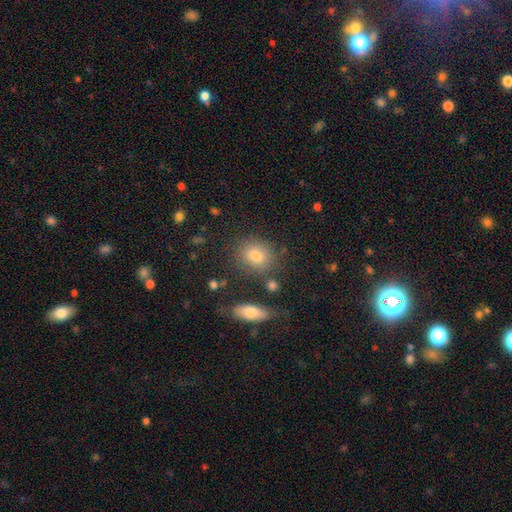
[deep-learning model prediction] This is likely a smooth galaxy (78%). How rounded: likely round (60%). Merging: likely none (78%).